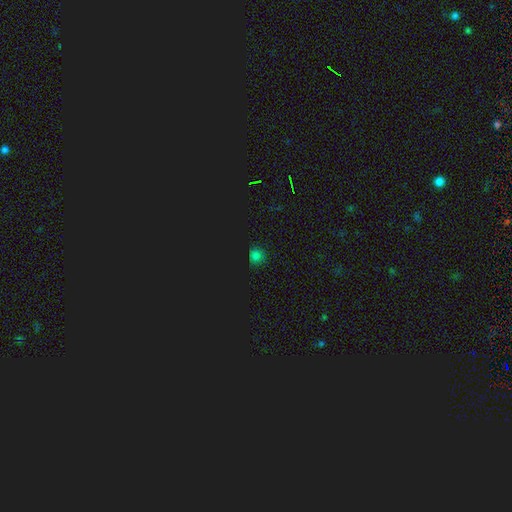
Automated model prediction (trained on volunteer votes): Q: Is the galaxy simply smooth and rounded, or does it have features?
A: smooth — 58%.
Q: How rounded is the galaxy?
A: round — 87%.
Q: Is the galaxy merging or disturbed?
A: none — 82%.